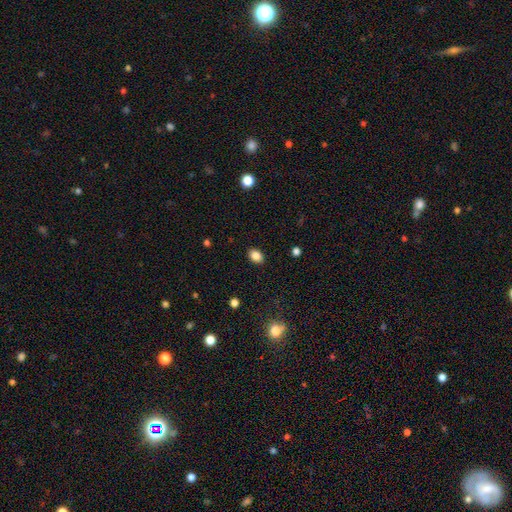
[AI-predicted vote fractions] smooth 86%, star or artifact 10%, featured or disk 4%. Down the decision tree: how rounded — in between (73%); merging — none (89%).